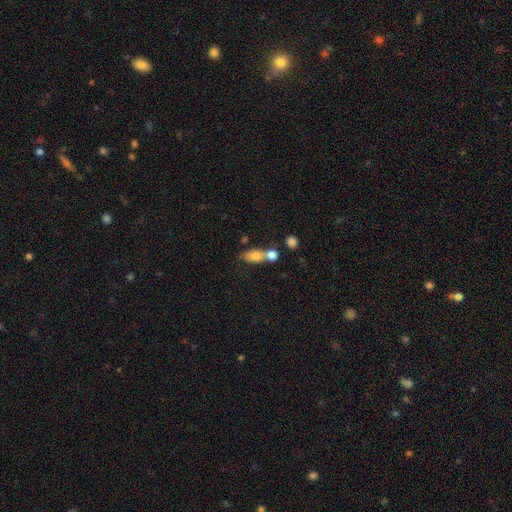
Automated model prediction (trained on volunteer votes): Q: Smooth or featured?
A: smooth (74%); runner-up: featured or disk (17%)
Q: How rounded?
A: in between (74%); runner-up: round (19%)
Q: Merging?
A: merger (45%); runner-up: none (38%)